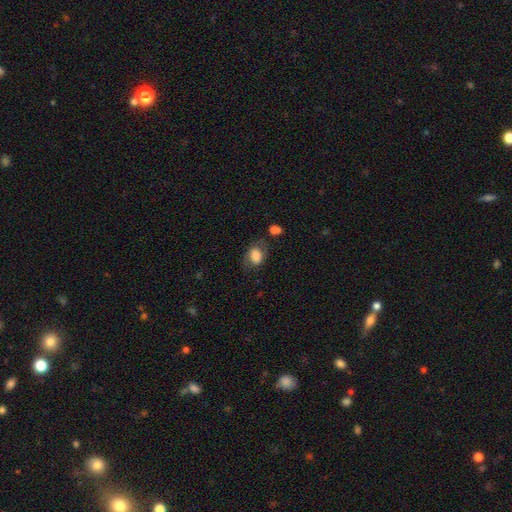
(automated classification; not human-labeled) A smooth galaxy with no disk features (77%) that is in between round and cigar-shaped (74%). Merging: none (57%).